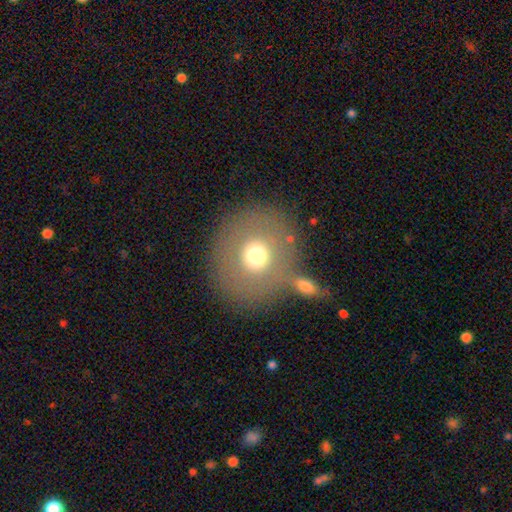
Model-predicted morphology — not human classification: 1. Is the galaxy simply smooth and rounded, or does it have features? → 69% smooth, 18% featured or disk, 13% star or artifact.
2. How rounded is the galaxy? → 84% round, 15% in between, 1% cigar-shaped.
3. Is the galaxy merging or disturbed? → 67% none, 17% merger, 10% minor disturbance, 6% major disturbance.